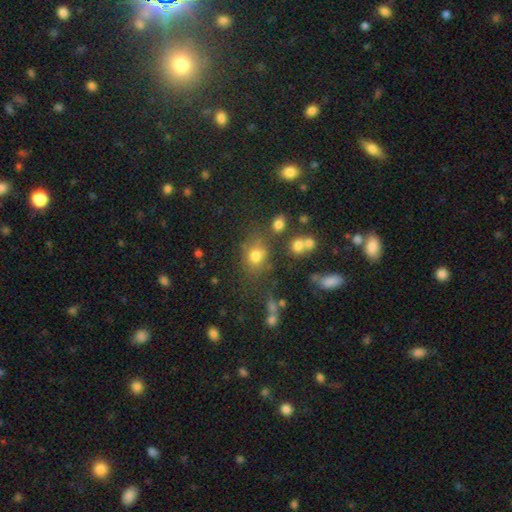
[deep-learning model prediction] The model was most divided on "how rounded": round: 58%, in between: 40%, cigar-shaped: 2%. More confident: smooth or featured — smooth (72%); merging — none (66%).